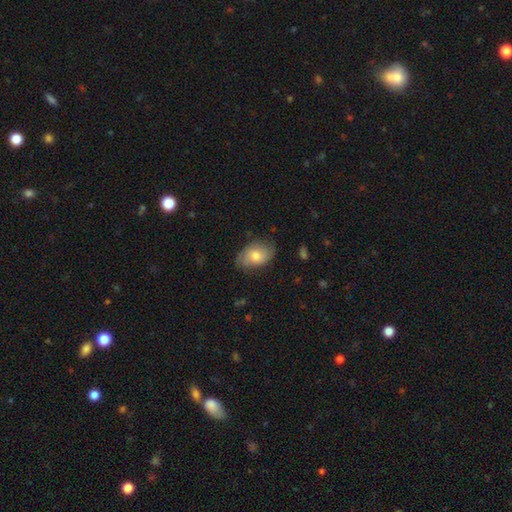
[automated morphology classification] Overall: smooth (68%). How rounded: in between (87%). Merging: none (72%).